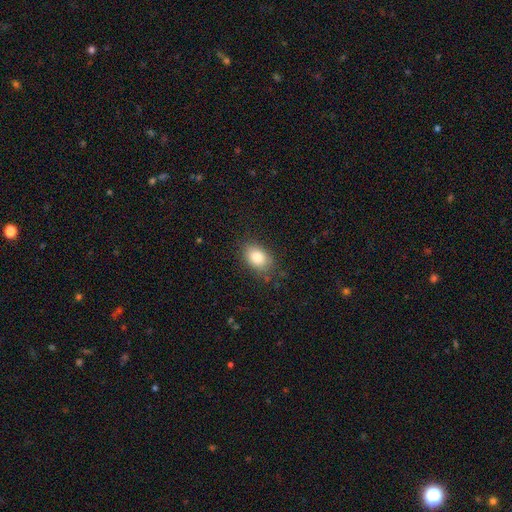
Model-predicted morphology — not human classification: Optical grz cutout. It shows a smooth galaxy with no disk features (83%) that is in between round and cigar-shaped (79%). Merging: none (81%).